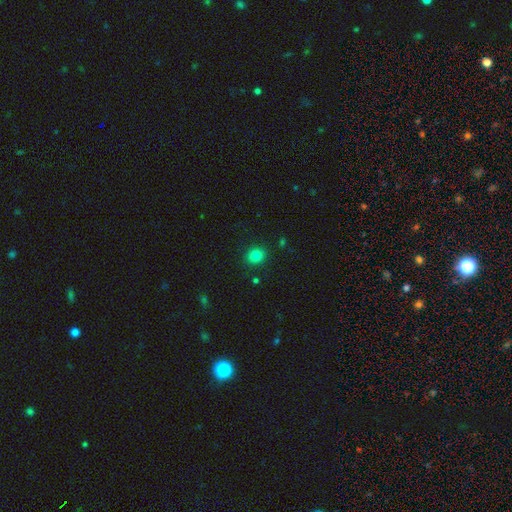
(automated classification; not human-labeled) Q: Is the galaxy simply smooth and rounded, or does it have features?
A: smooth — 83%.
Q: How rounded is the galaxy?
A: round — 74%.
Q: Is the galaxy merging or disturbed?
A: none — 89%.